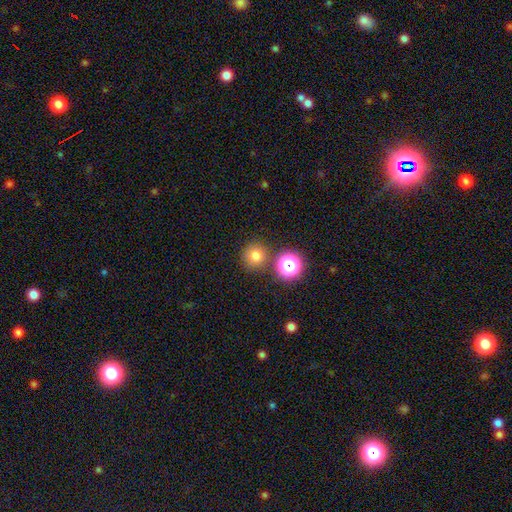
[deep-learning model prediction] A smooth galaxy with no disk features (74%) that is round (93%). Merging: none (81%).